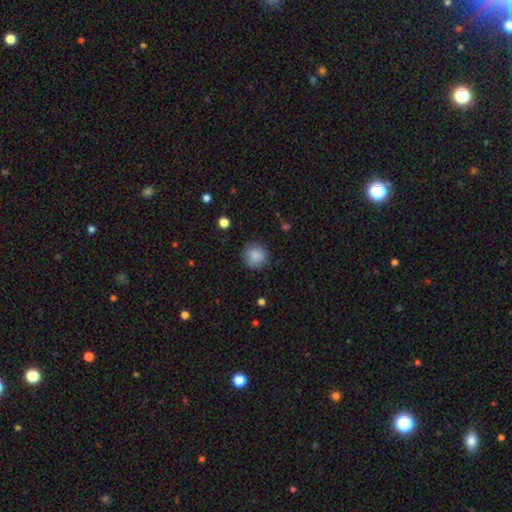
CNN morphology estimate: A smooth galaxy with no disk features (88%) that is round (93%). Merging: none (88%).